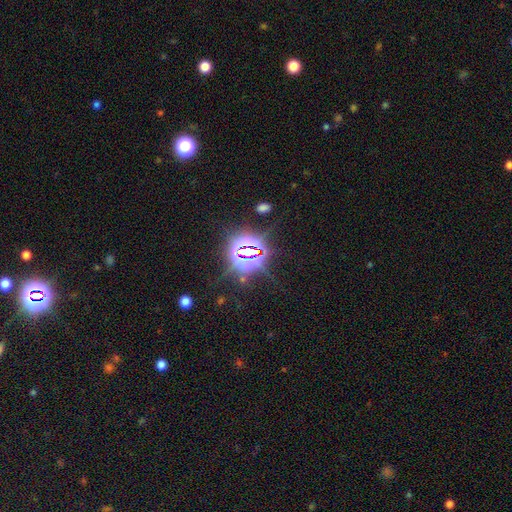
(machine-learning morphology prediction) Smooth or featured? Predicted: star or artifact (p=0.82).